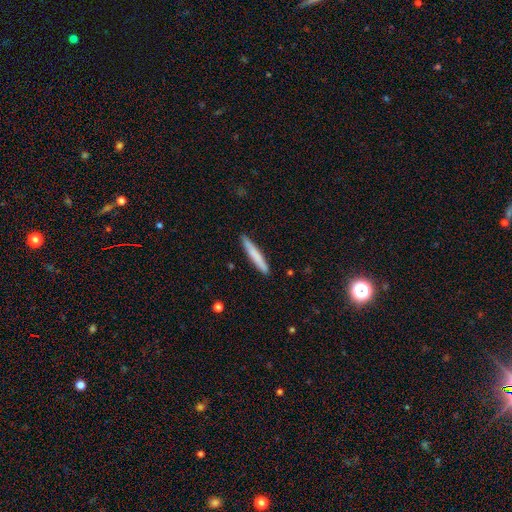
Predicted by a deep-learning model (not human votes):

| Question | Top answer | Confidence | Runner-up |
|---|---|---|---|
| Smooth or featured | smooth | 74% | featured or disk (20%) |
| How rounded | cigar-shaped | 95% | in between (4%) |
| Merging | none | 89% | minor disturbance (8%) |